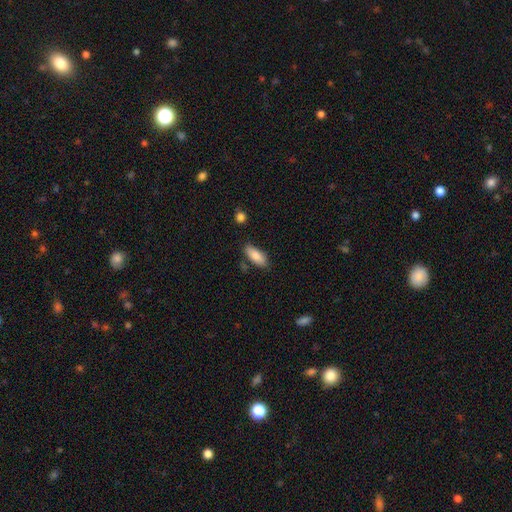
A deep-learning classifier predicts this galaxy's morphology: This appears to be a smooth galaxy with no disk features (83%) that is in between round and cigar-shaped (79%). Merging: none (79%).